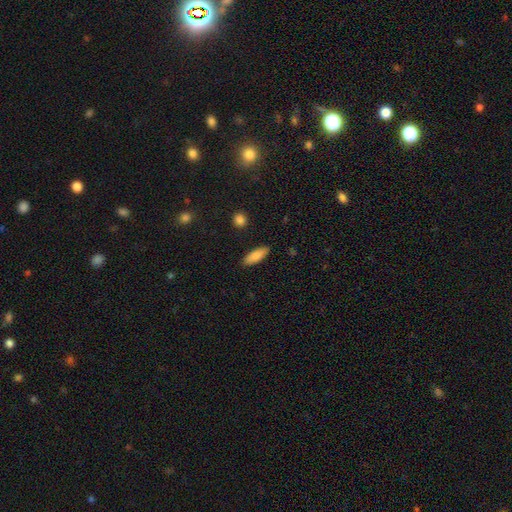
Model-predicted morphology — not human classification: type=smooth (83%); roundness=in between (66%); merging=none (88%).